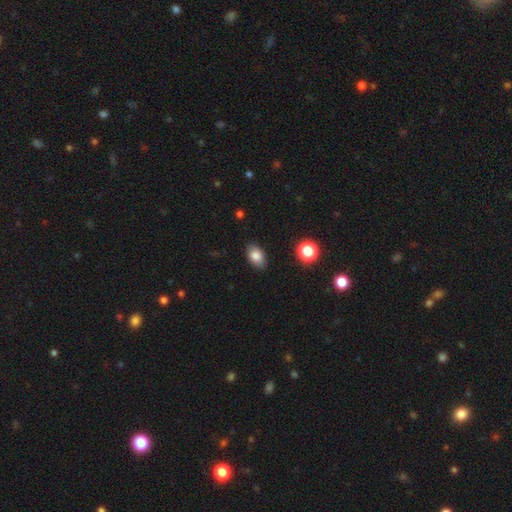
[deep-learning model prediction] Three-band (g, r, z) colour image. It shows a smooth galaxy with no disk features (83%) that is in between round and cigar-shaped (88%). Merging: none (86%).